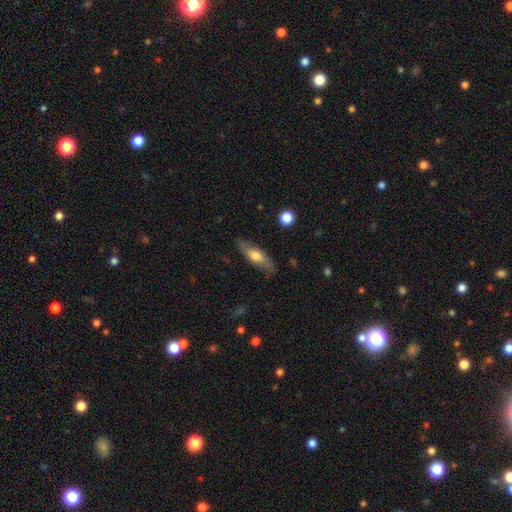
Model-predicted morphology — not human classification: This appears to be a smooth galaxy with no disk features (57%) that is in between round and cigar-shaped (51%). Merging: none (81%).